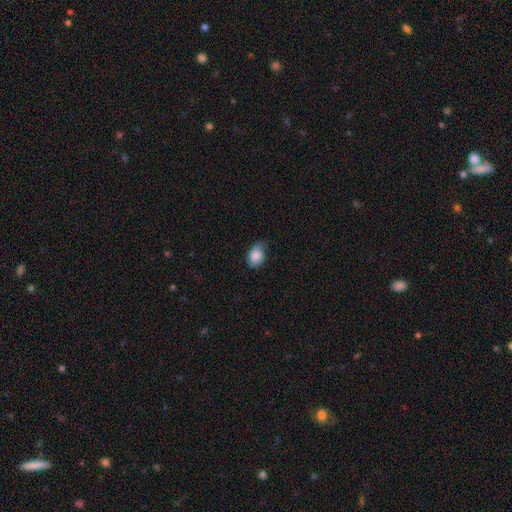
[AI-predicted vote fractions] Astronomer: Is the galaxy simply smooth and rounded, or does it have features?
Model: smooth — 78%.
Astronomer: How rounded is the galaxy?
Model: in between — 78%.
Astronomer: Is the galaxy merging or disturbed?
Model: none — 51% (runner-up: minor disturbance, 37%).